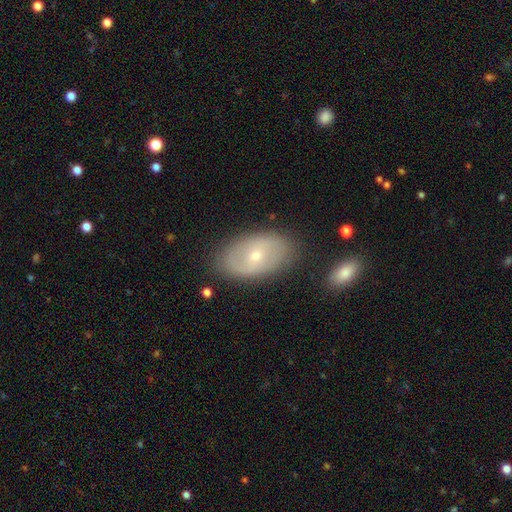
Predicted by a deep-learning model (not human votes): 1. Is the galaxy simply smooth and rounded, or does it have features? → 53% featured or disk, 40% smooth, 7% star or artifact.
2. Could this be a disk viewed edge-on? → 92% no, 8% yes.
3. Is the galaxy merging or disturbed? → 82% none, 12% minor disturbance, 4% major disturbance, 2% merger.